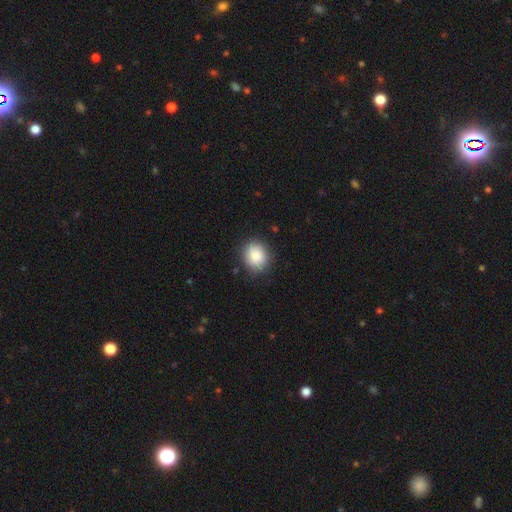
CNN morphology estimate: This appears to be a smooth galaxy with no disk features (88%) that is round (76%). Merging: none (86%).